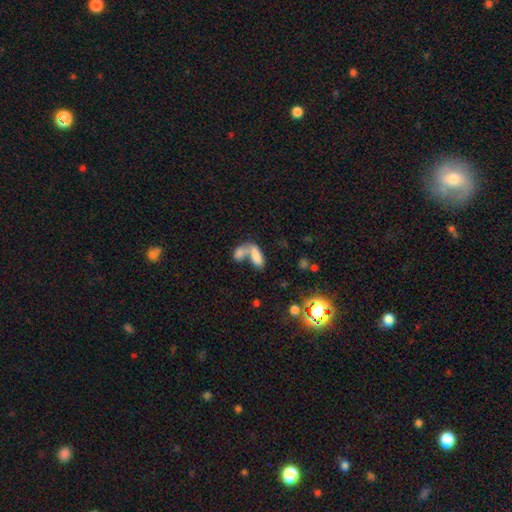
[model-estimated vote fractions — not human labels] Q: Smooth or featured?
A: smooth (76%); runner-up: featured or disk (13%)
Q: How rounded?
A: in between (79%); runner-up: cigar-shaped (17%)
Q: Merging?
A: merger (67%); runner-up: none (21%)